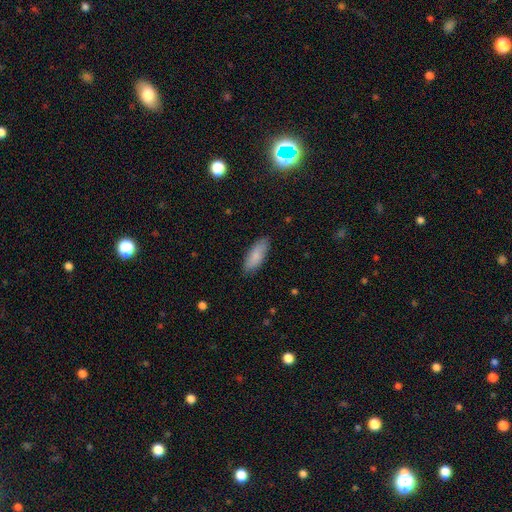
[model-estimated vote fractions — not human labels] Smooth or featured?
  - smooth: 85% *
  - featured or disk: 9%
  - star or artifact: 6%
How rounded?
  - in between: 74% *
  - cigar-shaped: 25%
  - round: 2%
Merging?
  - none: 86% *
  - minor disturbance: 11%
  - major disturbance: 2%
  - merger: 1%